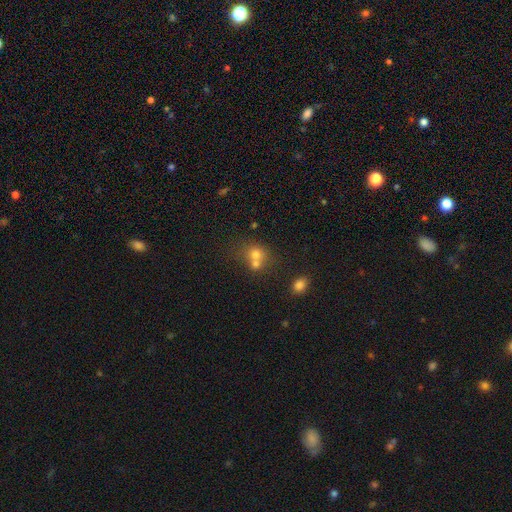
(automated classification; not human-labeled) This appears to be a smooth galaxy with no disk features (66%) that is round (75%). Merging: merger (54%).